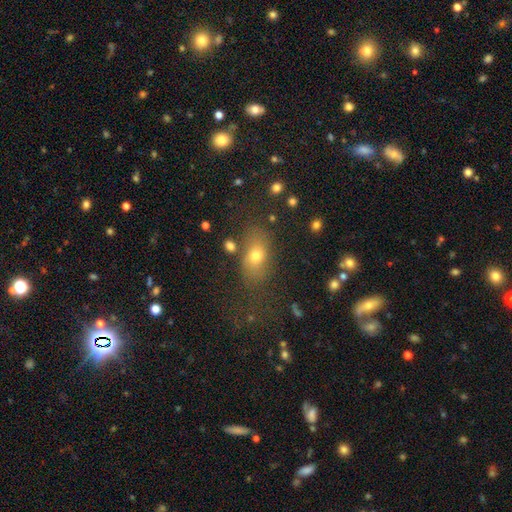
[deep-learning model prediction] This appears to be a smooth galaxy with no disk features (68%) that is in between round and cigar-shaped (73%). Merging: none (68%).